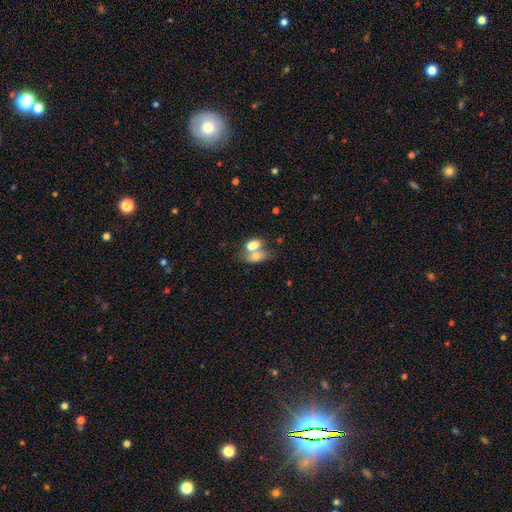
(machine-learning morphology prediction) Overall: smooth (73%). How rounded: in between (83%). Merging: merger (65%).